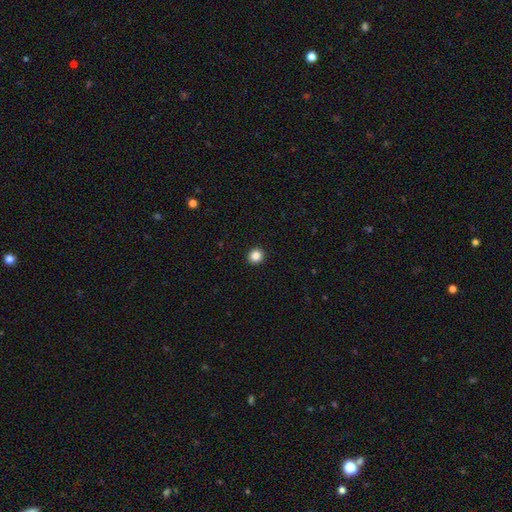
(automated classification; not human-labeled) This is clearly a smooth galaxy (85%). How rounded: clearly round (89%). Merging: clearly none (93%).